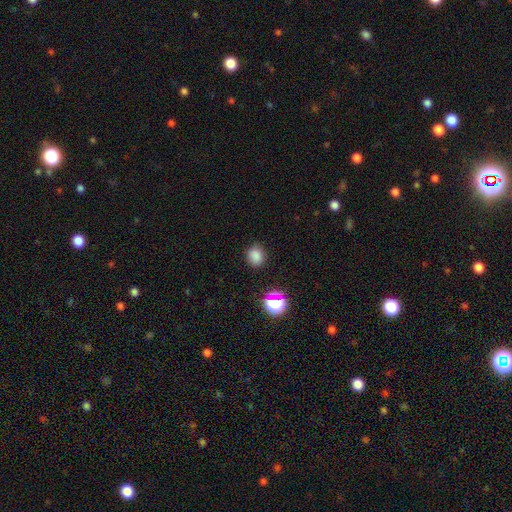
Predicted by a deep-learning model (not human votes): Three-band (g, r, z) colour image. It shows a smooth galaxy with no disk features (79%) that is round (63%). Merging: none (83%).